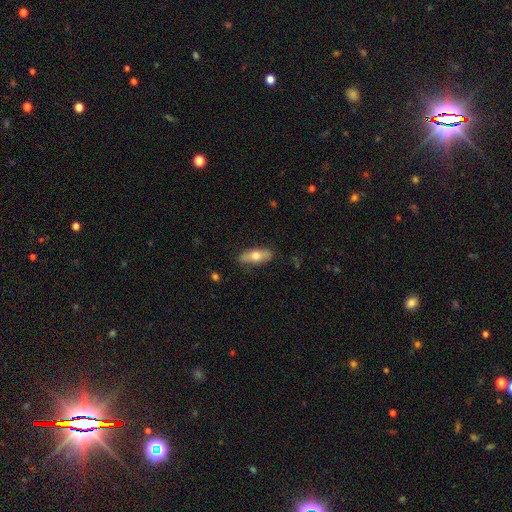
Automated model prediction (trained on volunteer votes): Smooth or featured? Predicted: smooth (p=0.64). How rounded? Predicted: in between (p=0.67). Merging? Predicted: none (p=0.85).